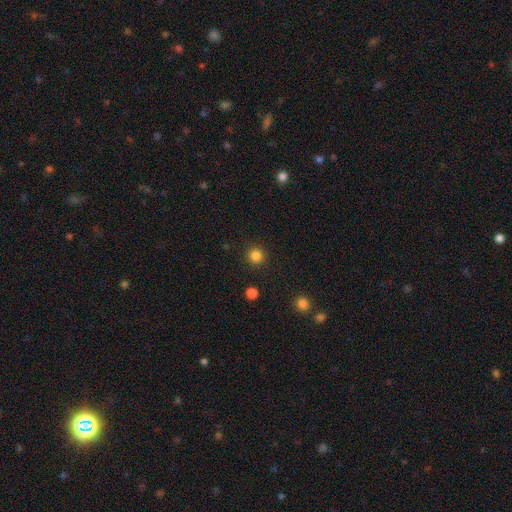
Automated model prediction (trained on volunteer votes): A smooth galaxy with no disk features (84%) that is round (95%). Merging: none (92%).